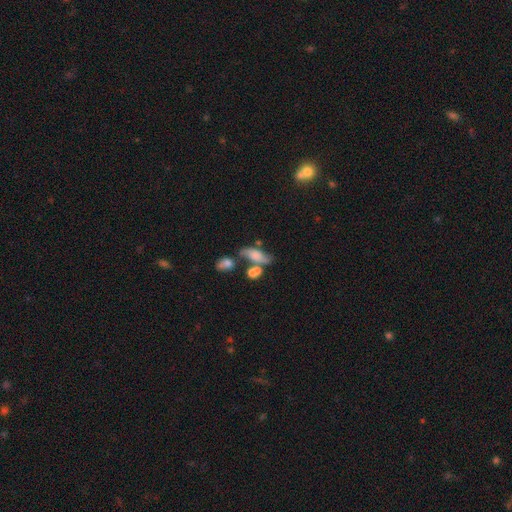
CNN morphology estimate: Smooth or featured: smooth — 51% (featured or disk — 38%)
How rounded: in between — 70% (cigar-shaped — 22%)
Merging: none — 38% (merger — 28%)